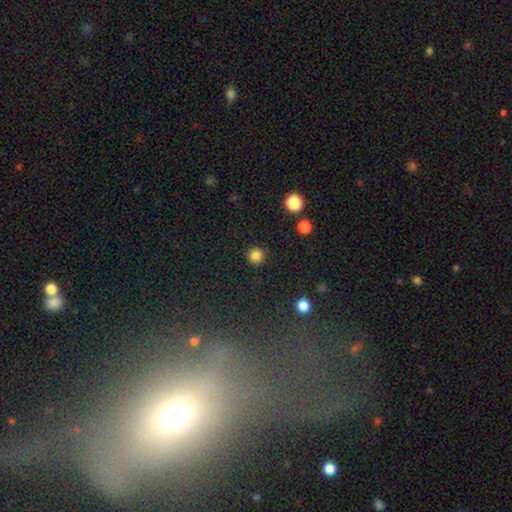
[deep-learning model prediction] Smooth or featured?
  - smooth: 84% *
  - star or artifact: 12%
  - featured or disk: 4%
How rounded?
  - round: 95% *
  - in between: 4%
  - cigar-shaped: 1%
Merging?
  - none: 91% *
  - minor disturbance: 5%
  - major disturbance: 2%
  - merger: 1%